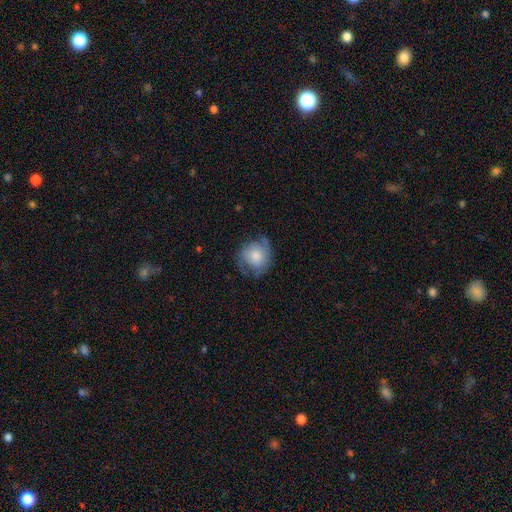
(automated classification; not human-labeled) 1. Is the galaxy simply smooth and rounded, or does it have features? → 54% smooth, 38% featured or disk, 8% star or artifact.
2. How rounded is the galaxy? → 78% round, 21% in between, 1% cigar-shaped.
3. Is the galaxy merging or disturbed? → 54% none, 29% minor disturbance, 15% major disturbance, 2% merger.